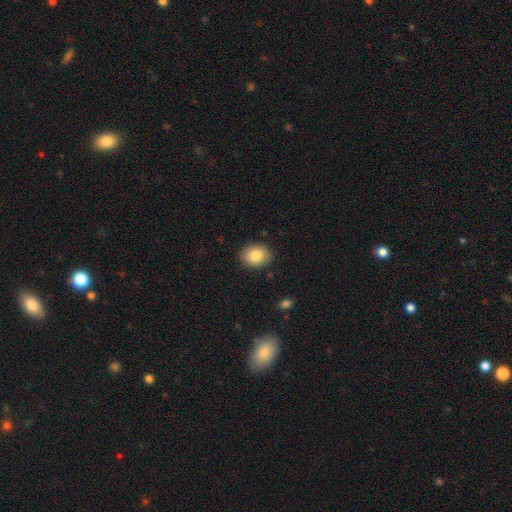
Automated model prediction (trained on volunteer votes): A smooth galaxy with no disk features (84%) that is in between round and cigar-shaped (60%). Merging: none (89%).